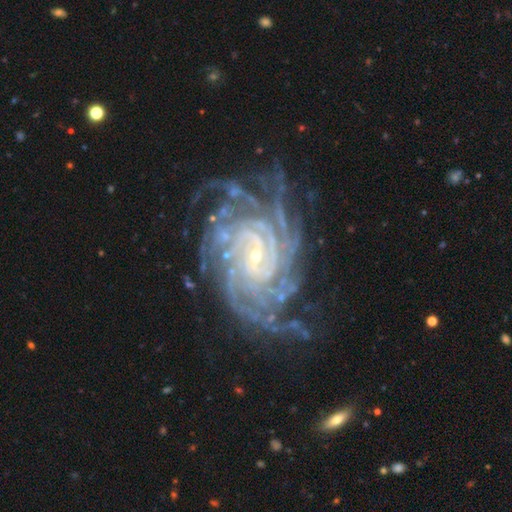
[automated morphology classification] type=featured or disk (92%); edge-on=no (97%); bar=no (43%); spiral arms=yes (99%); winding=tight (78%); arm count=more than 4 (37%); bulge=small (83%); merging=none (66%).